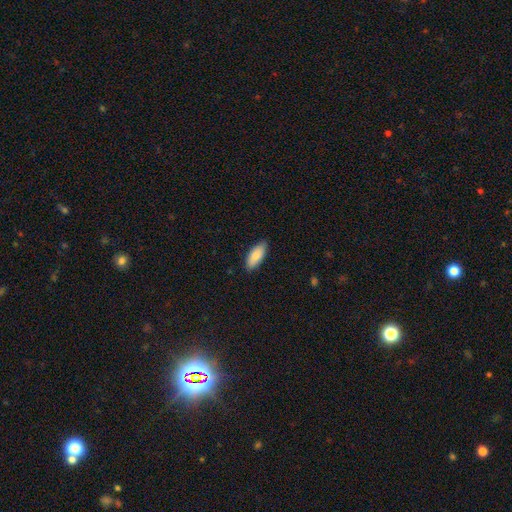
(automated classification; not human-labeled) Smooth or featured? smooth (83%)
How rounded? in between (84%)
Merging? none (86%)